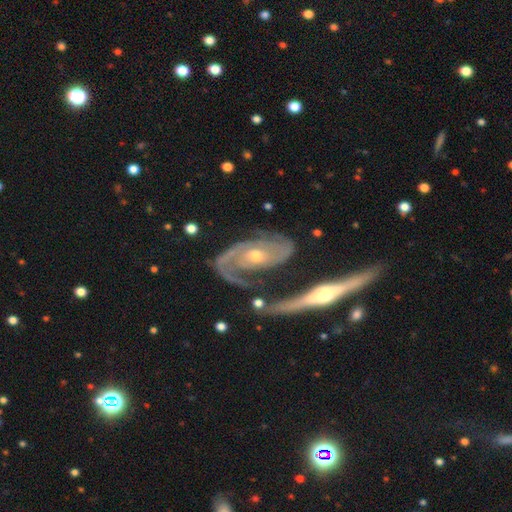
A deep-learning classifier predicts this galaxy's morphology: The model was most divided on "bulge size" (2-way tie): small: 48%, moderate: 48%, large: 3%, none: 1%, dominant: 1%. Remaining: spiral arms — yes (95%); smooth or featured — featured or disk (90%); edge-on disk — no (89%); bar — no (65%); spiral arm count — 2 (64%); merging — none (49%); spiral winding — tight (48%).